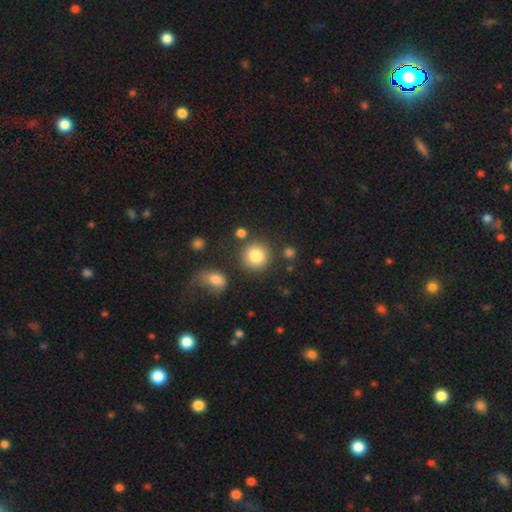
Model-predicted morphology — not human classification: Q: Smooth or featured?
A: smooth (83%); runner-up: star or artifact (10%)
Q: How rounded?
A: round (90%); runner-up: in between (9%)
Q: Merging?
A: none (79%); runner-up: minor disturbance (10%)